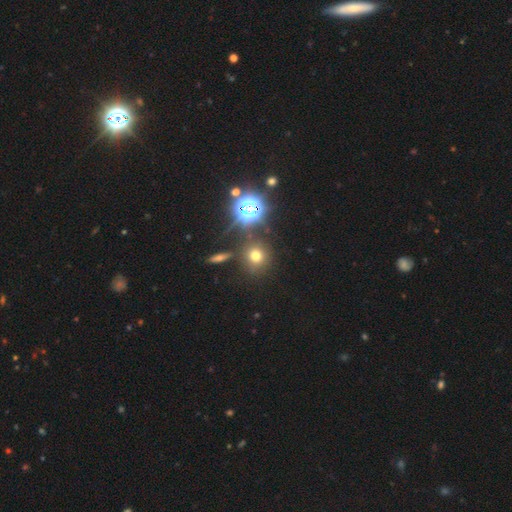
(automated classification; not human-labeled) Morphology: type=smooth (61%); roundness=round (90%); merging=none (82%).